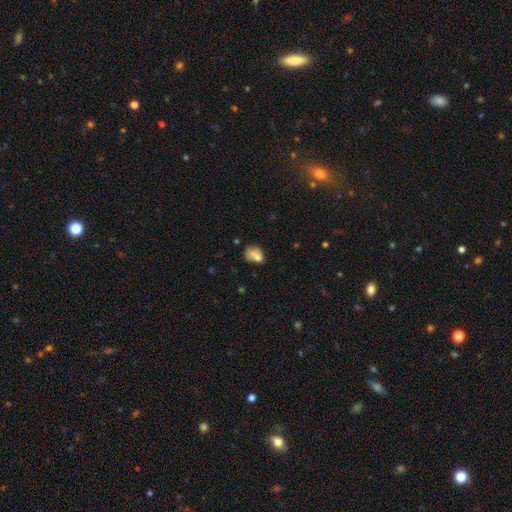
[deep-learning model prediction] The model was most divided on "how rounded": in between: 56%, round: 43%, cigar-shaped: 1%. Remaining: smooth or featured — smooth (70%); merging — none (41%).